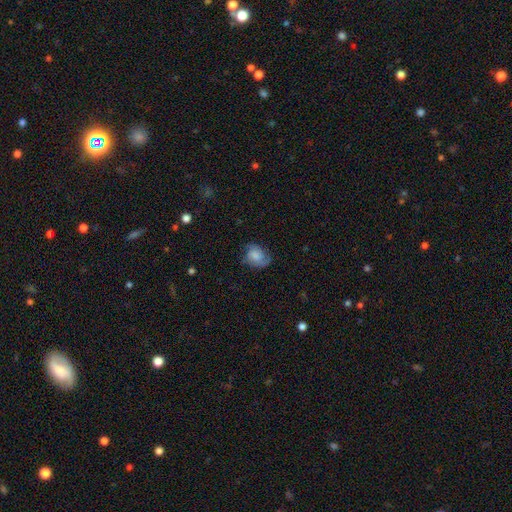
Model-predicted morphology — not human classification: A smooth galaxy with no disk features (57%) that is in between round and cigar-shaped (61%).

Vote fractions:
- Smooth or featured? smooth: 57% / featured or disk: 34% / star or artifact: 9%
- How rounded? in between: 61% / round: 38% / cigar-shaped: 1%
- Merging? none: 60% / minor disturbance: 27% / major disturbance: 11% / merger: 1%